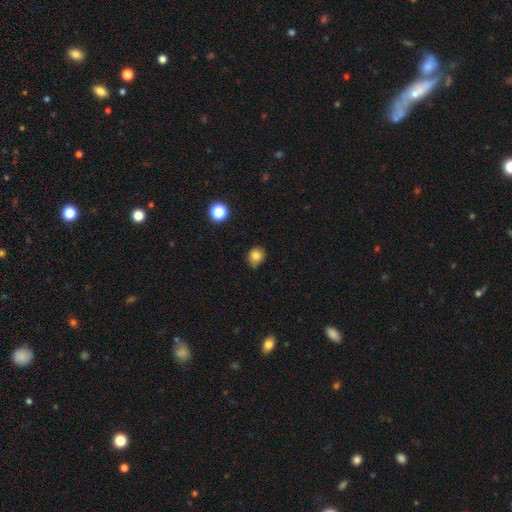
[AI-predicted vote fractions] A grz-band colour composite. It shows a smooth galaxy with no disk features (79%) that is round (71%). Merging: none (64%).